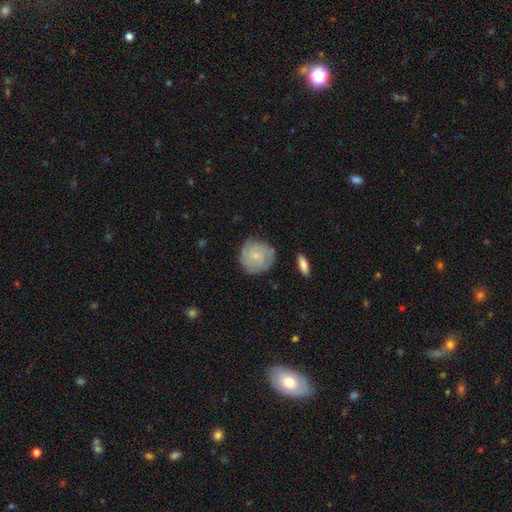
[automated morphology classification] Smooth or featured?
  - featured or disk: 62% *
  - smooth: 31%
  - star or artifact: 7%
Edge-on disk?
  - no: 98% *
  - yes: 2%
Bar?
  - no: 69% *
  - weak: 27%
  - strong: 4%
Spiral arms?
  - yes: 90% *
  - no: 10%
Spiral winding?
  - tight: 69% *
  - medium: 25%
  - loose: 7%
Spiral arm count?
  - can't tell: 35% *
  - 2: 25%
  - 3: 22%
  - 4: 9%
  - 1: 5%
  - more than 4: 4%
Bulge size?
  - small: 72% *
  - moderate: 18%
  - none: 8%
  - large: 1%
  - dominant: 1%
Merging?
  - none: 78% *
  - minor disturbance: 16%
  - major disturbance: 4%
  - merger: 2%